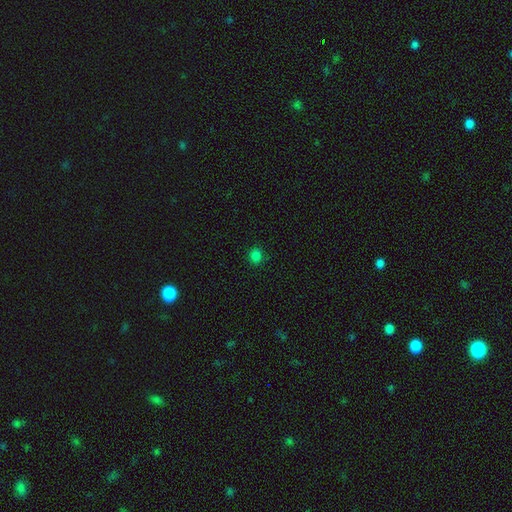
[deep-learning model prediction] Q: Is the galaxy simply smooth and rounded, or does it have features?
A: smooth — 81%.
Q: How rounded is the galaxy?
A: round — 78%.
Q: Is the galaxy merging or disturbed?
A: none — 90%.